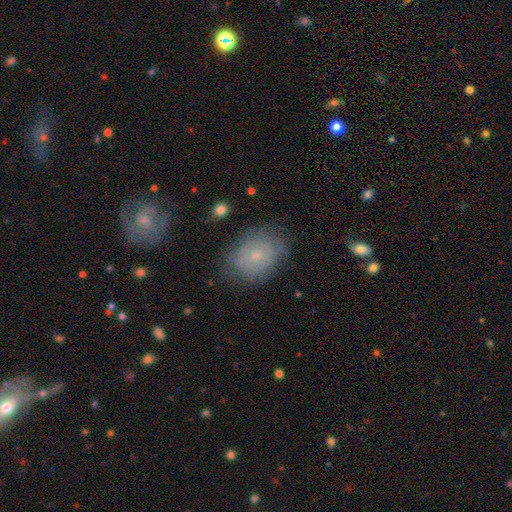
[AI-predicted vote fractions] This appears to be a smooth galaxy with no disk features (54%) that is in between round and cigar-shaped (63%). Merging: none (70%).